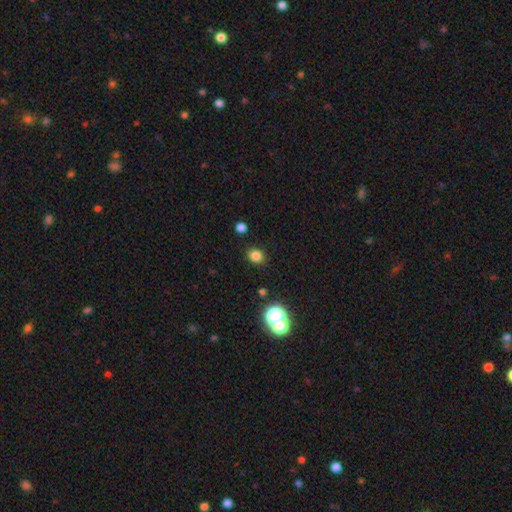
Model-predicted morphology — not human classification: This is clearly a smooth galaxy (80%). How rounded: likely round (68%). Merging: clearly none (87%).